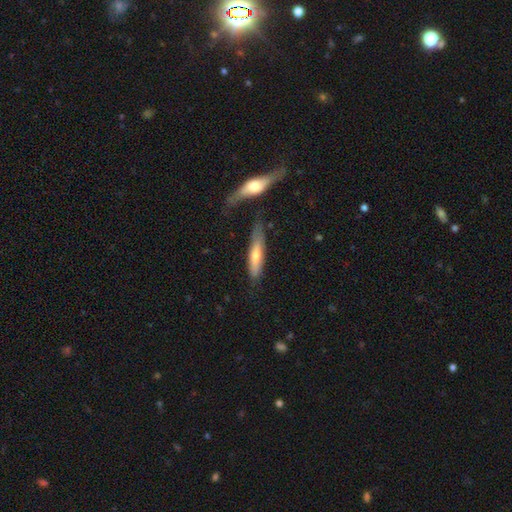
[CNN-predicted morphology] Q: Smooth or featured?
A: smooth (56%); runner-up: featured or disk (38%)
Q: How rounded?
A: cigar-shaped (78%); runner-up: in between (20%)
Q: Merging?
A: none (66%); runner-up: minor disturbance (21%)